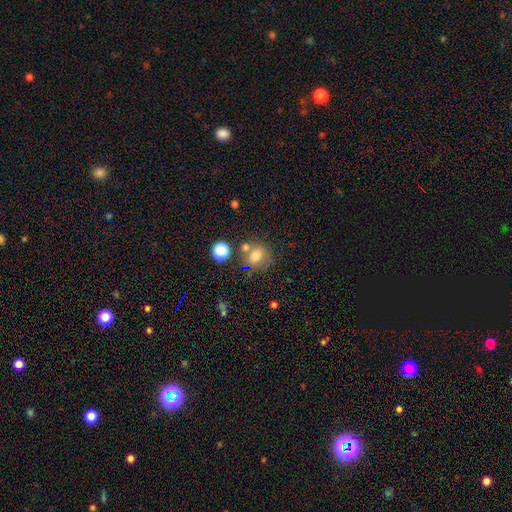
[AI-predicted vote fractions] This is likely a smooth galaxy (72%). How rounded: likely round (63%). Merging: possibly none (55%).